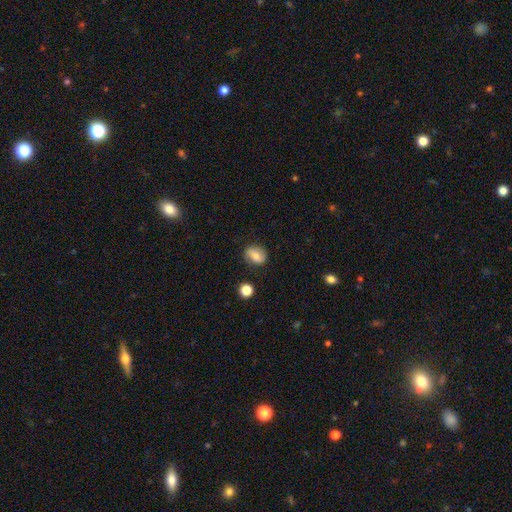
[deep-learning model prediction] A smooth galaxy with no disk features (69%) that is in between round and cigar-shaped (60%).

Vote fractions:
- Smooth or featured? smooth: 69% / featured or disk: 21% / star or artifact: 9%
- How rounded? in between: 60% / round: 39% / cigar-shaped: 2%
- Merging? none: 81% / minor disturbance: 14% / major disturbance: 3% / merger: 2%